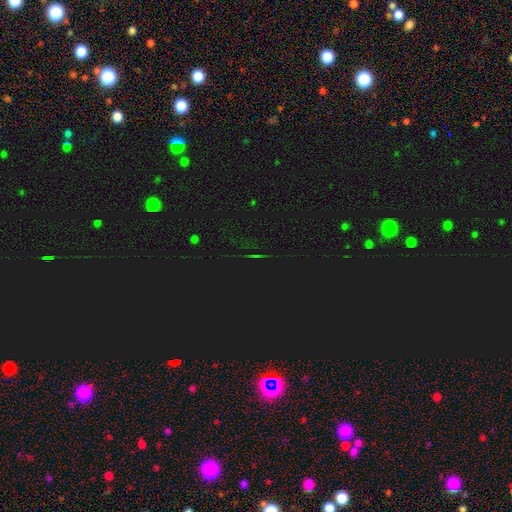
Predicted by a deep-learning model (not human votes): Overall: star or artifact (79%).